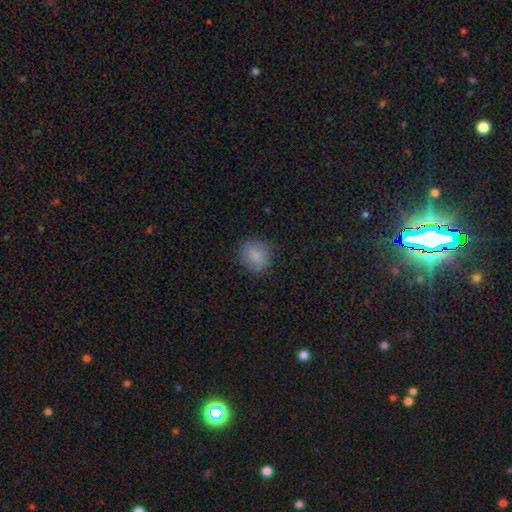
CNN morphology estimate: The model was most divided on "how rounded": round: 79%, in between: 20%, cigar-shaped: 1%. More confident: smooth or featured — smooth (86%); merging — none (83%).